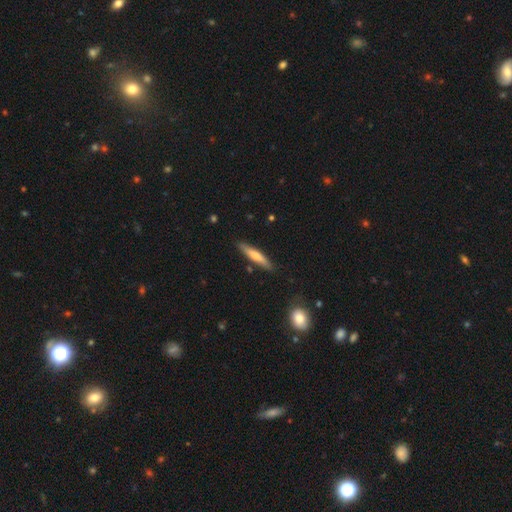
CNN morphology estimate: This appears to be a smooth galaxy with no disk features (61%) that is cigar-shaped (88%). Merging: none (85%).